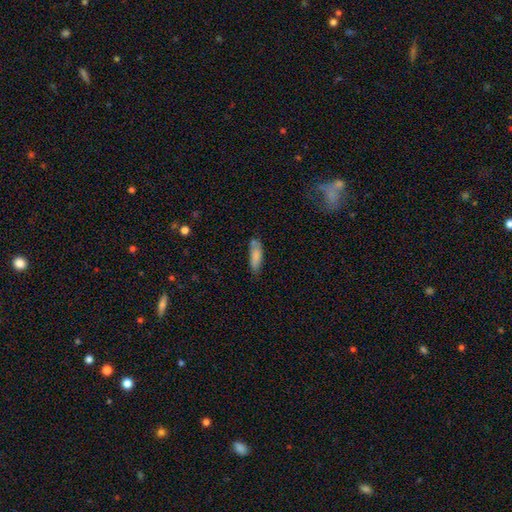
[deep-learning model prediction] smooth-or-featured: smooth: 81% | featured or disk: 13% | star or artifact: 7%
  how-rounded: in between: 56% | cigar-shaped: 42% | round: 2%
  merging: none: 62% | minor disturbance: 24% | merger: 8% | major disturbance: 6%